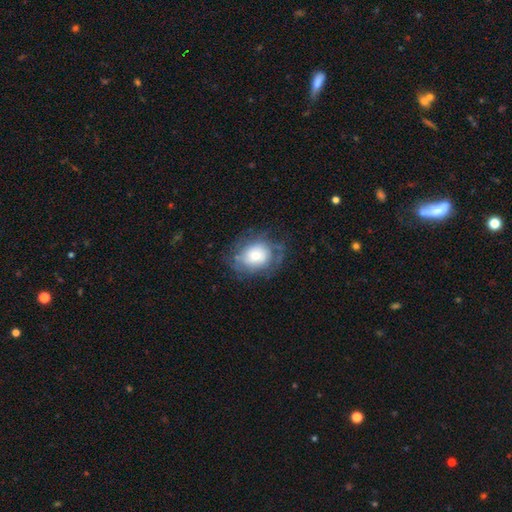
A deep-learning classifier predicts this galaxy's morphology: Smooth or featured?
  - featured or disk: 49% *
  - smooth: 42%
  - star or artifact: 9%
Merging?
  - none: 63% *
  - minor disturbance: 21%
  - major disturbance: 15%
  - merger: 1%